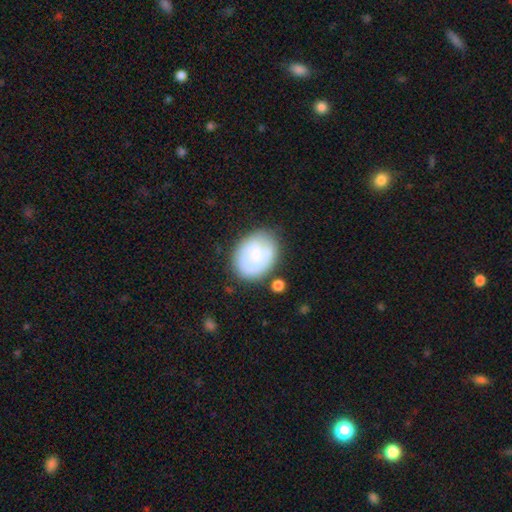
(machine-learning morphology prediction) Smooth or featured? Predicted: featured or disk (p=0.48). Merging? Predicted: none (p=0.68).